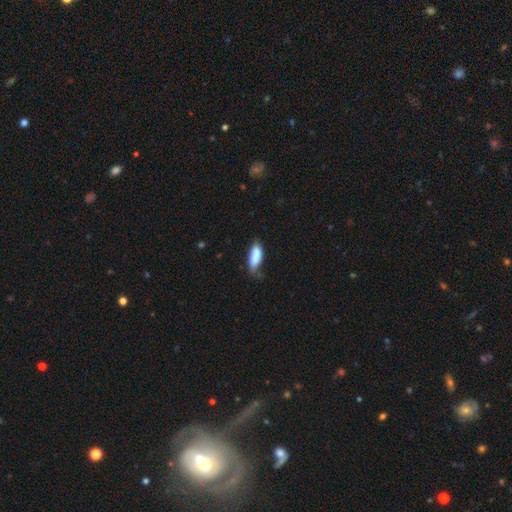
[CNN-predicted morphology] smooth-or-featured: smooth: 83% | featured or disk: 10% | star or artifact: 7%
  how-rounded: in between: 72% | cigar-shaped: 26% | round: 2%
  merging: none: 52% | minor disturbance: 35% | major disturbance: 9% | merger: 4%